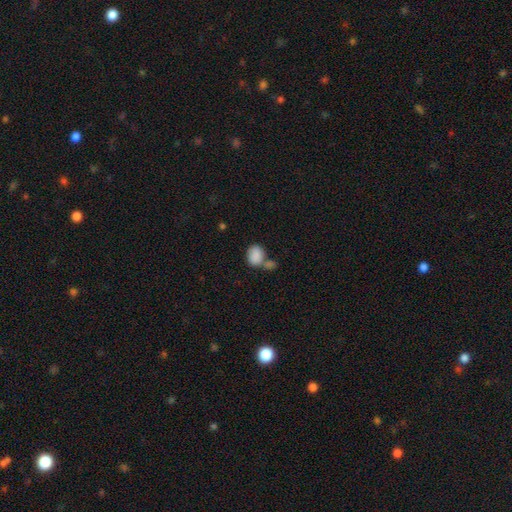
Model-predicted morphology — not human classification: Smooth or featured? Predicted: smooth (p=0.86). How rounded? Predicted: in between (p=0.64). Merging? Predicted: merger (p=0.43).